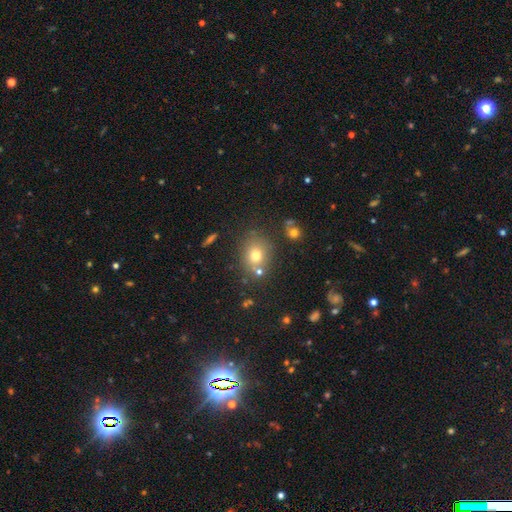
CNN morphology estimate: A smooth galaxy with no disk features (72%) that is round (61%). Merging: none (72%).